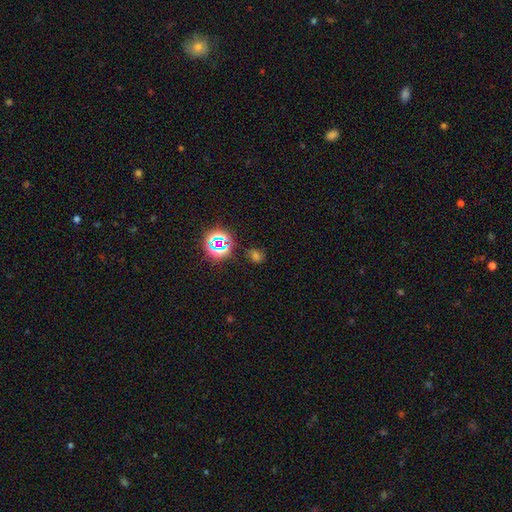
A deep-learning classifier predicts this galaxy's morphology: Overall: star or artifact (46%; smooth 44%).